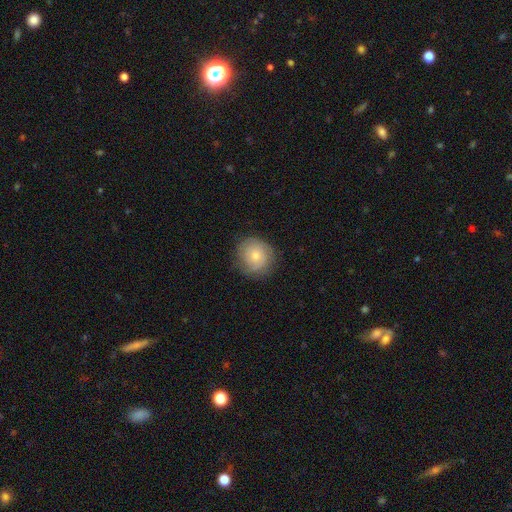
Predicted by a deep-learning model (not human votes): smooth_or_featured: smooth (p=0.55) [alt: featured or disk p=0.38]
how_rounded: round (p=0.87) [alt: in between p=0.12]
merging: none (p=0.80) [alt: minor disturbance p=0.14]